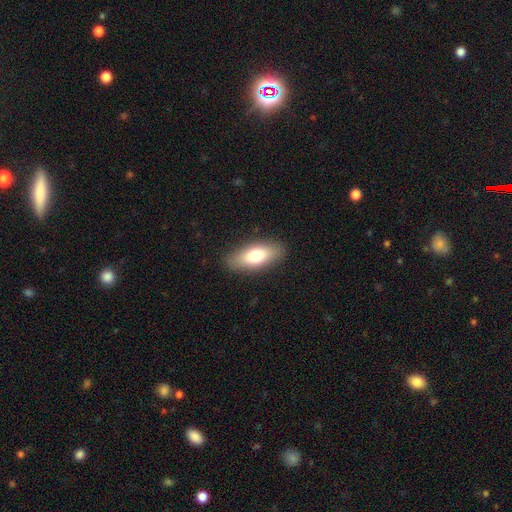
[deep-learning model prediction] A smooth galaxy with no disk features (74%) that is in between round and cigar-shaped (78%). Merging: none (87%).